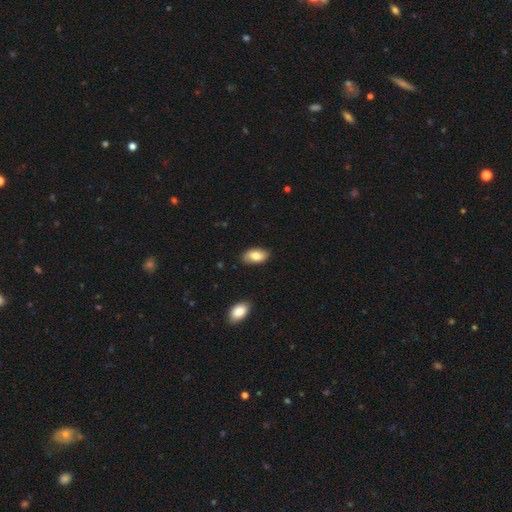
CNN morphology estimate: smooth 81%, featured or disk 12%, star or artifact 7%. Down the decision tree: how rounded — in between (94%); merging — none (85%).